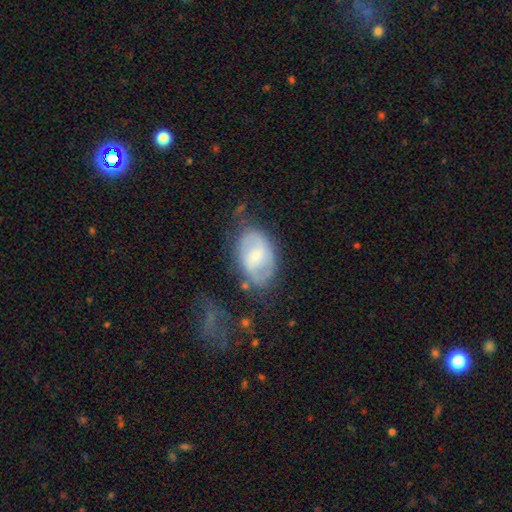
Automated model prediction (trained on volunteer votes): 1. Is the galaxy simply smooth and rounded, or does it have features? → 52% featured or disk, 41% smooth, 7% star or artifact.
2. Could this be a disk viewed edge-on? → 95% no, 5% yes.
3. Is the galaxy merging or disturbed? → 55% none, 26% minor disturbance, 13% major disturbance, 6% merger.